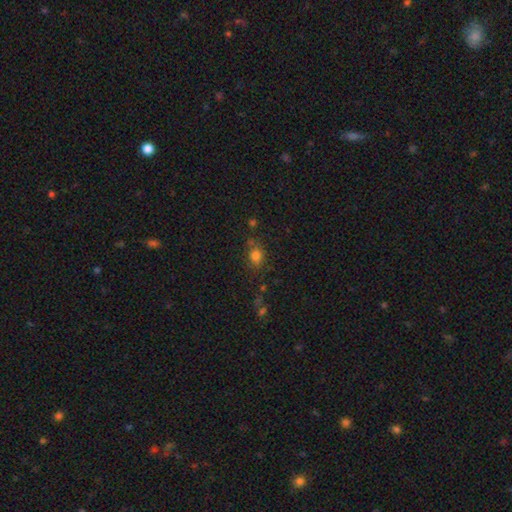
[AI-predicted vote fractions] A smooth galaxy with no disk features (76%) that is round (53%). Merging: none (67%).